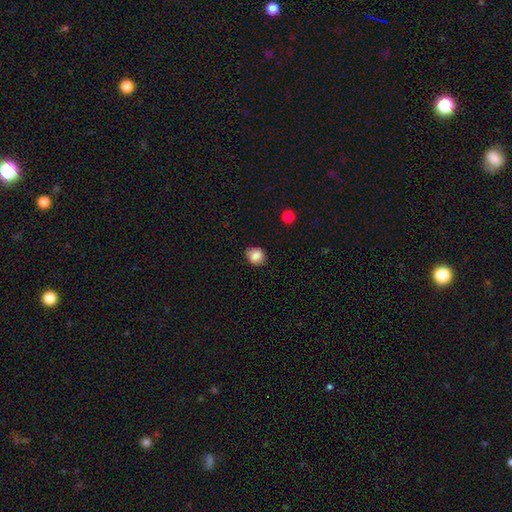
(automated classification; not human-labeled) Smooth or featured: smooth — 86% (star or artifact — 9%)
How rounded: round — 70% (in between — 29%)
Merging: none — 81% (minor disturbance — 15%)